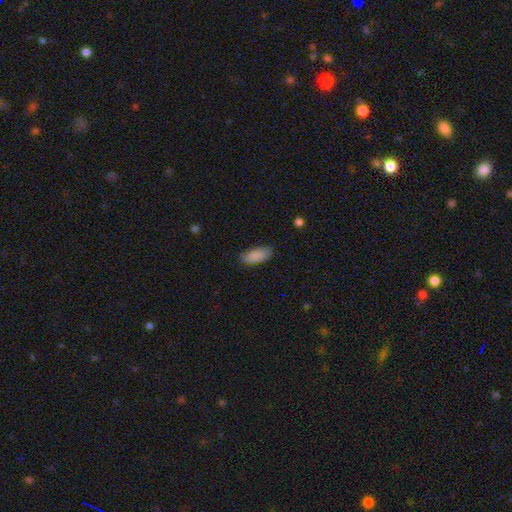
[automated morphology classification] smooth-or-featured: smooth: 88% | star or artifact: 7% | featured or disk: 6%
  how-rounded: in between: 87% | cigar-shaped: 11% | round: 2%
  merging: none: 81% | minor disturbance: 15% | major disturbance: 3% | merger: 1%